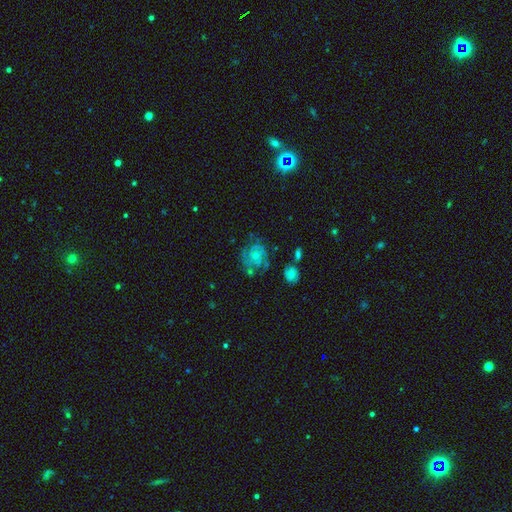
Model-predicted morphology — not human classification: type=featured or disk (73%); edge-on=no (98%); bar=no (75%); spiral arms=yes (91%); winding=tight (57%); arm count=2 (38%); bulge=small (59%); merging=none (62%).